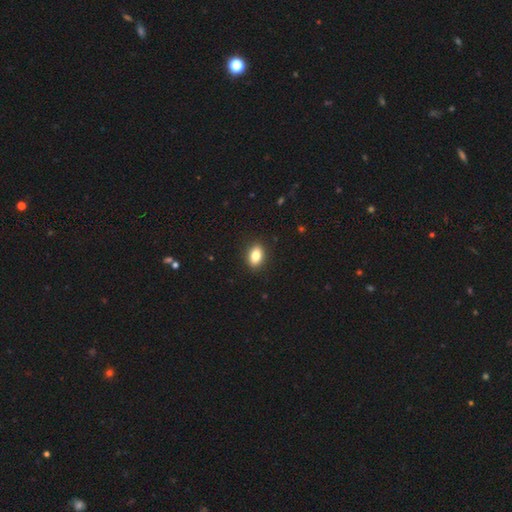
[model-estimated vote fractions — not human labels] smooth 82%, featured or disk 9%, star or artifact 9%. Down the decision tree: how rounded — in between (83%); merging — none (90%).